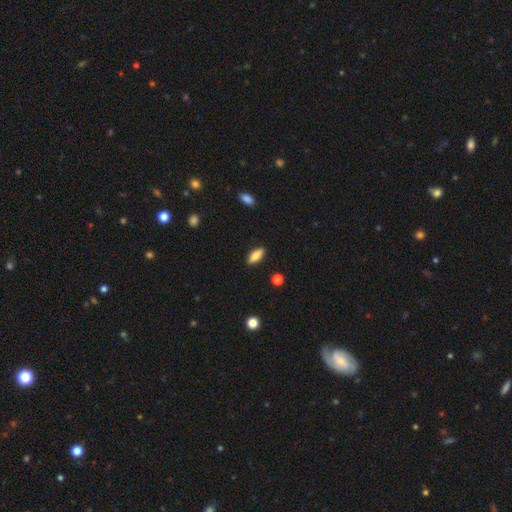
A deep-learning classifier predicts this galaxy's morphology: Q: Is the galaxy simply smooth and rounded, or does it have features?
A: smooth — 78%.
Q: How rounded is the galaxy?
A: in between — 75%.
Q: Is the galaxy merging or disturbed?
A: none — 88%.